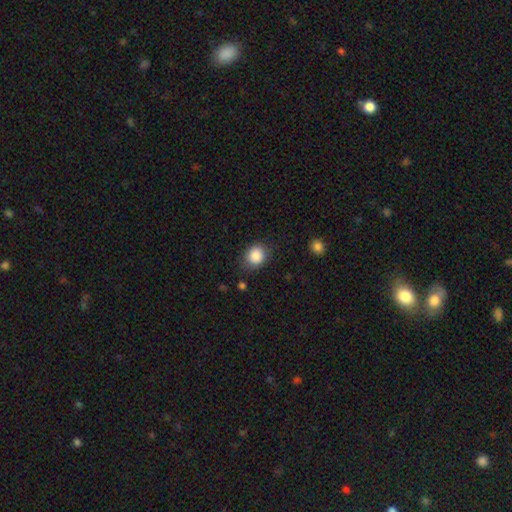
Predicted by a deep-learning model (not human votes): smooth 86%, star or artifact 9%, featured or disk 5%. Down the decision tree: how rounded — round (61%); merging — none (77%).